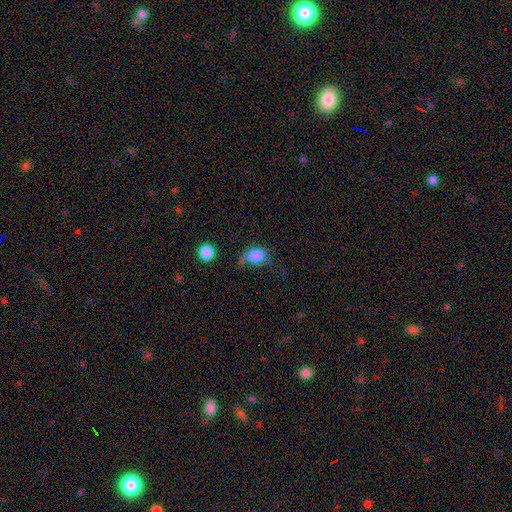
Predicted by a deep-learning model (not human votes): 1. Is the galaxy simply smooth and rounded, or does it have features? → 80% smooth, 10% featured or disk, 10% star or artifact.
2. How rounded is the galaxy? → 54% round, 44% in between, 2% cigar-shaped.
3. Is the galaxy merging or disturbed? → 32% minor disturbance, 30% none, 30% major disturbance, 8% merger.